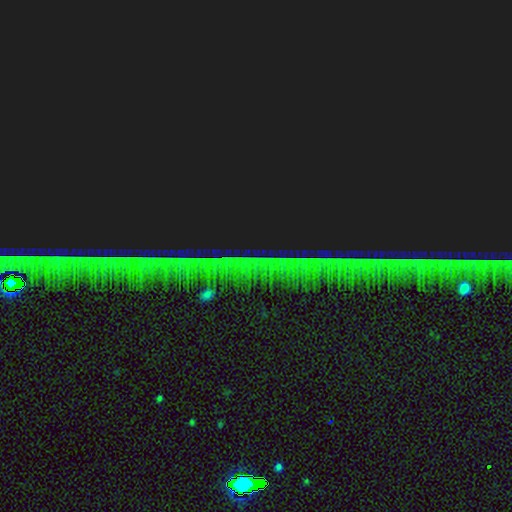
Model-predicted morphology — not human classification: A star or artifact, not a galaxy (85%).

Vote fractions:
- Smooth or featured? star or artifact: 85% / featured or disk: 8% / smooth: 7%